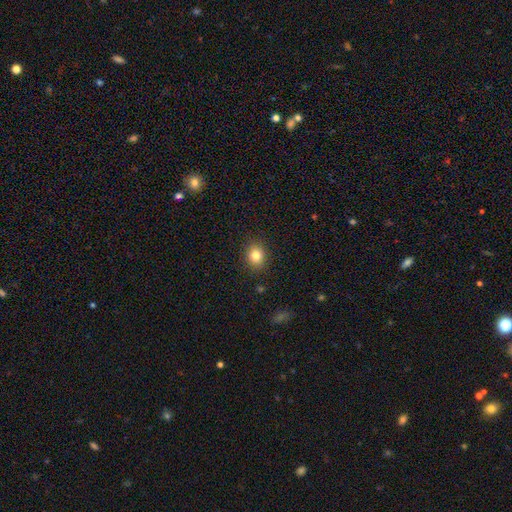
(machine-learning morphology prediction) Smooth or featured? Predicted: smooth (p=0.82). How rounded? Predicted: round (p=0.67). Merging? Predicted: none (p=0.89).